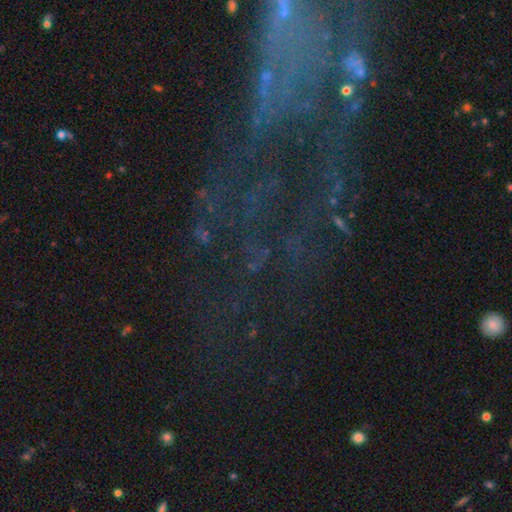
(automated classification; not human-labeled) Morphology: type=star or artifact (45%).